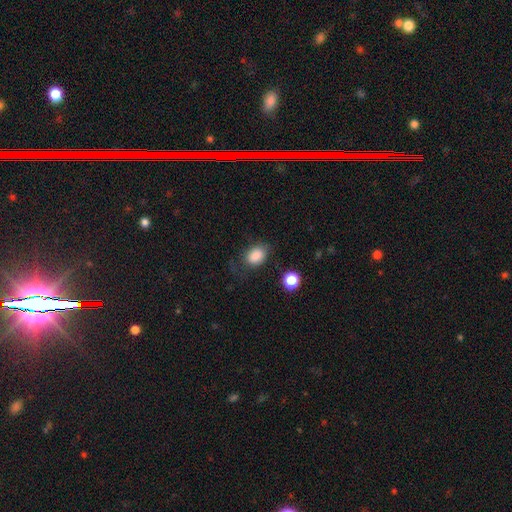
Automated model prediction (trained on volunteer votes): Smooth or featured? Predicted: smooth (p=0.85). How rounded? Predicted: in between (p=0.72). Merging? Predicted: none (p=0.64).